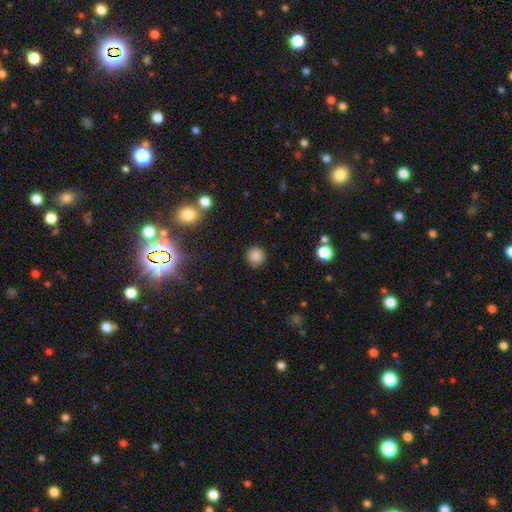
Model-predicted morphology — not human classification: Smooth or featured? Predicted: smooth (p=0.84). How rounded? Predicted: round (p=0.94). Merging? Predicted: none (p=0.89).